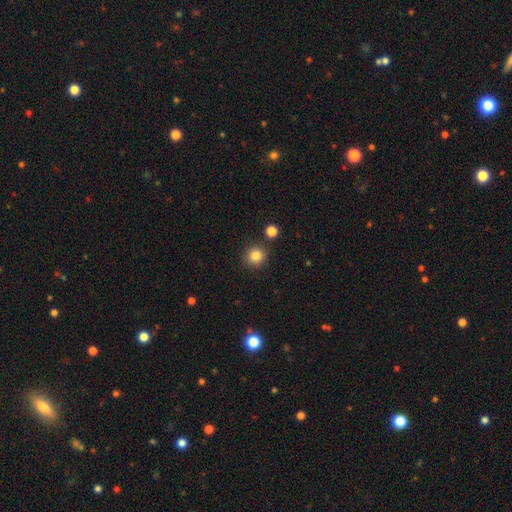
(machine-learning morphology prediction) smooth_or_featured: smooth (p=0.83) [alt: star or artifact p=0.11]
how_rounded: round (p=0.90) [alt: in between p=0.09]
merging: none (p=0.85) [alt: minor disturbance p=0.08]